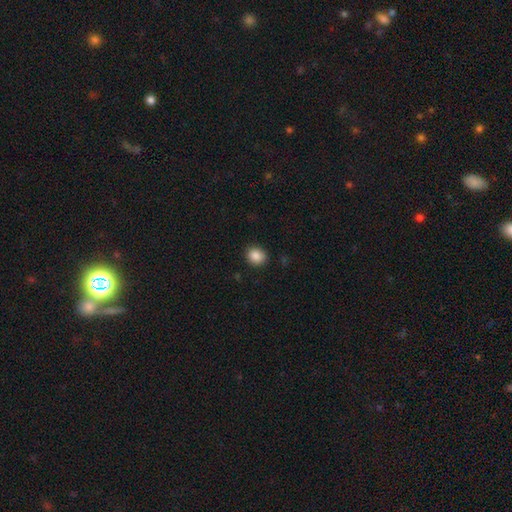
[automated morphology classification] The model was most divided on "how rounded": round: 70%, in between: 29%, cigar-shaped: 1%. More confident: smooth or featured — smooth (88%); merging — none (88%).